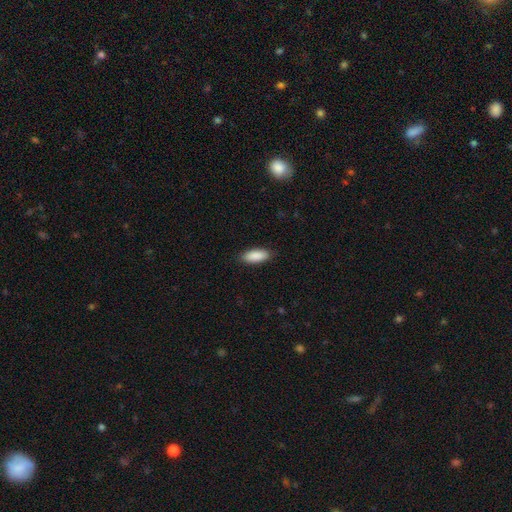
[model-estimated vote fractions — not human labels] A smooth galaxy with no disk features (90%) that is in between round and cigar-shaped (78%). Merging: none (88%).